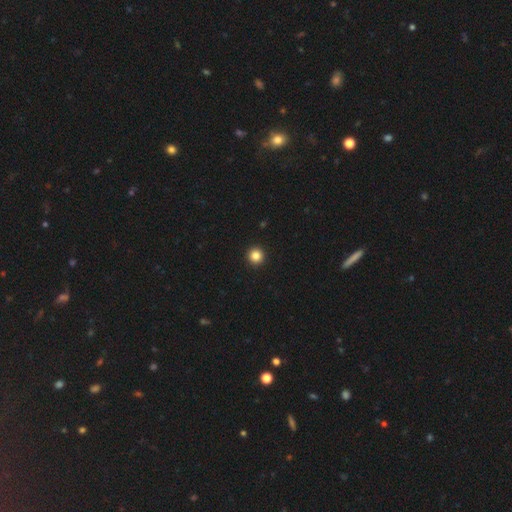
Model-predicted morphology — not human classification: Smooth or featured: smooth — 85% (star or artifact — 11%)
How rounded: round — 96% (in between — 3%)
Merging: none — 94% (minor disturbance — 3%)